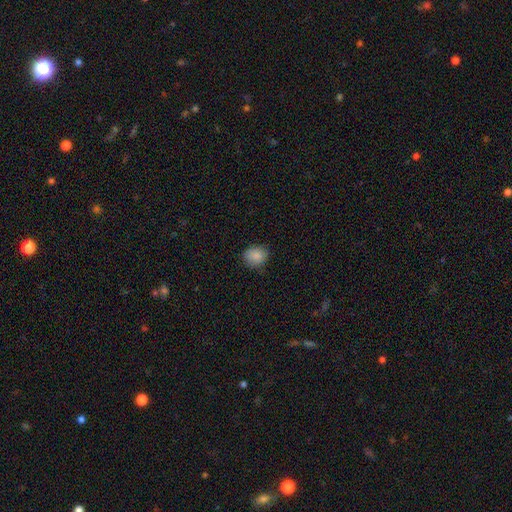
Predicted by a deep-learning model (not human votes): Smooth or featured? Predicted: smooth (p=0.87). How rounded? Predicted: round (p=0.63). Merging? Predicted: none (p=0.81).